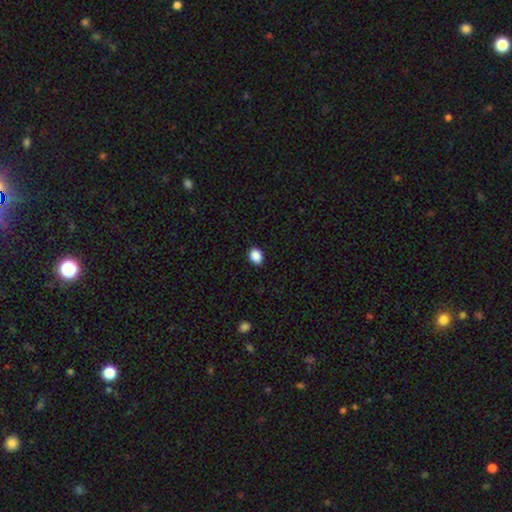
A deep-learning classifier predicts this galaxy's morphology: Smooth or featured?
  - smooth: 89% *
  - star or artifact: 8%
  - featured or disk: 2%
How rounded?
  - in between: 66% *
  - round: 33%
  - cigar-shaped: 1%
Merging?
  - none: 90% *
  - minor disturbance: 7%
  - major disturbance: 2%
  - merger: 1%